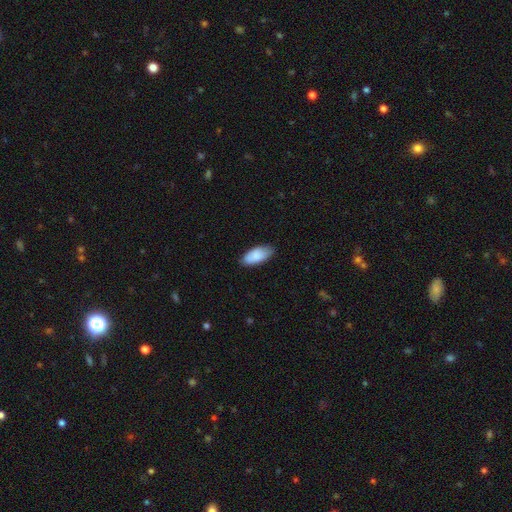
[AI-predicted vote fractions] Morphology: type=smooth (86%); roundness=in between (90%); merging=none (81%).